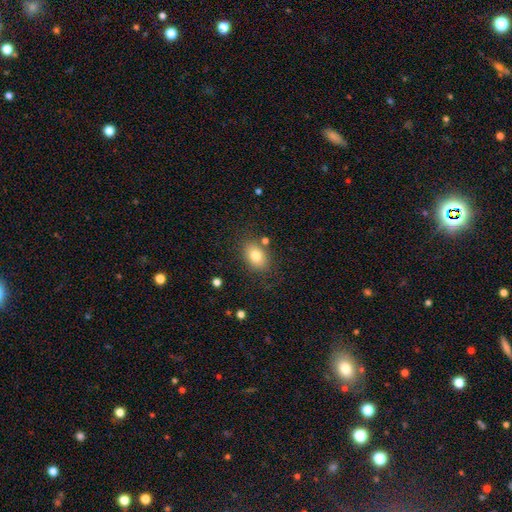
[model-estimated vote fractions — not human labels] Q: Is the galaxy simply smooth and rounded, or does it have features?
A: smooth — 80%.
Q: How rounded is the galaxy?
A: in between — 78%.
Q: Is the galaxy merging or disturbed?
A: none — 79%.